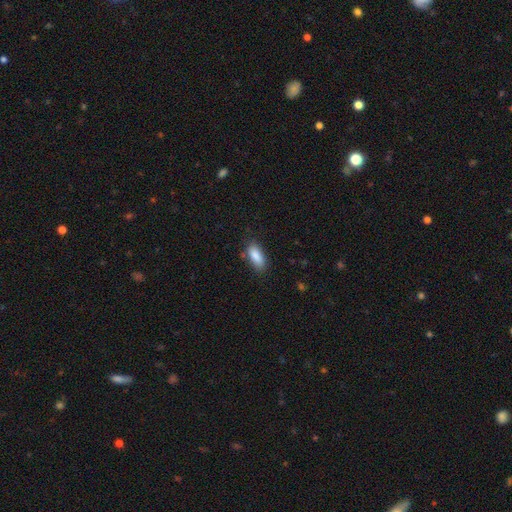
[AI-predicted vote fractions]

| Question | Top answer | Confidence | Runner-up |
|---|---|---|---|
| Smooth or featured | smooth | 87% | star or artifact (7%) |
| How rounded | in between | 82% | cigar-shaped (16%) |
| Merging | none | 79% | minor disturbance (15%) |